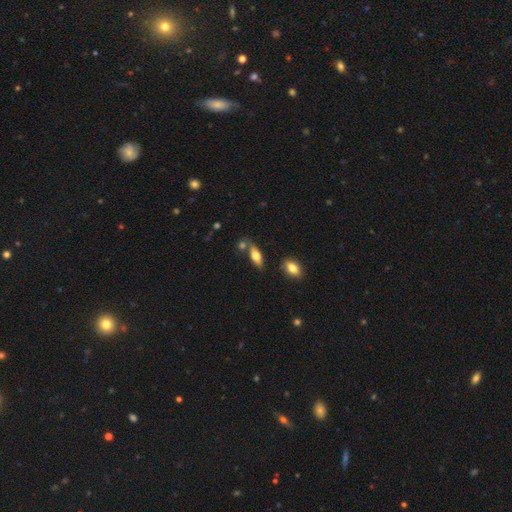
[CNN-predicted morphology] A smooth galaxy with no disk features (70%) that is in between round and cigar-shaped (73%). Merging: none (62%).